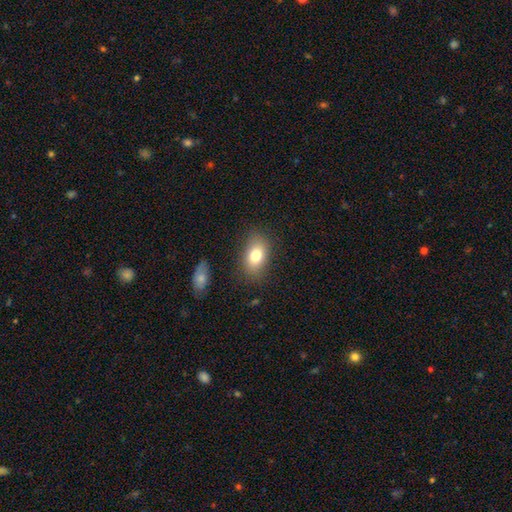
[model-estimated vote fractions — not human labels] smooth-or-featured: smooth: 79% | featured or disk: 13% | star or artifact: 8%
  how-rounded: in between: 88% | round: 10% | cigar-shaped: 2%
  merging: none: 81% | minor disturbance: 12% | major disturbance: 4% | merger: 3%